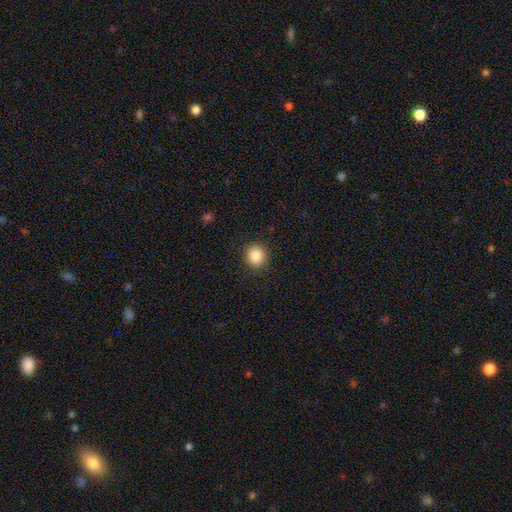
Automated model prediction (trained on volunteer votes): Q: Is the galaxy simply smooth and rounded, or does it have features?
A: smooth — 87%.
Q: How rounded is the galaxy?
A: round — 85%.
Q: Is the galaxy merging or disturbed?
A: none — 89%.